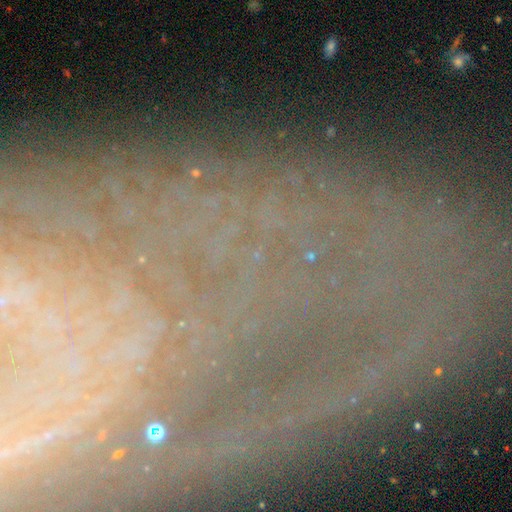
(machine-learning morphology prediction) Smooth or featured?
  - star or artifact: 49% *
  - featured or disk: 37%
  - smooth: 14%